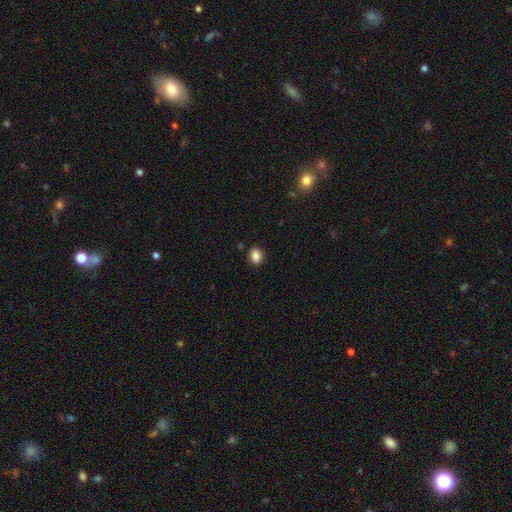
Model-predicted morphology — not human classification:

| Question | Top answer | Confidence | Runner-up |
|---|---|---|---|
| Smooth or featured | smooth | 87% | star or artifact (9%) |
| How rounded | round | 54% | in between (46%) |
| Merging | none | 90% | minor disturbance (7%) |